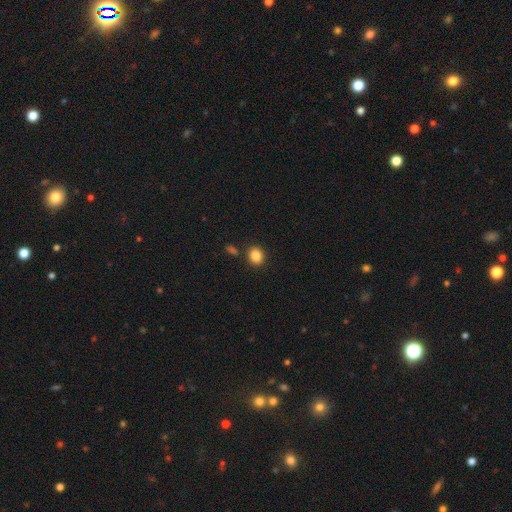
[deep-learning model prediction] smooth_or_featured: smooth (p=0.86) [alt: star or artifact p=0.10]
how_rounded: round (p=0.67) [alt: in between p=0.32]
merging: none (p=0.83) [alt: minor disturbance p=0.08]